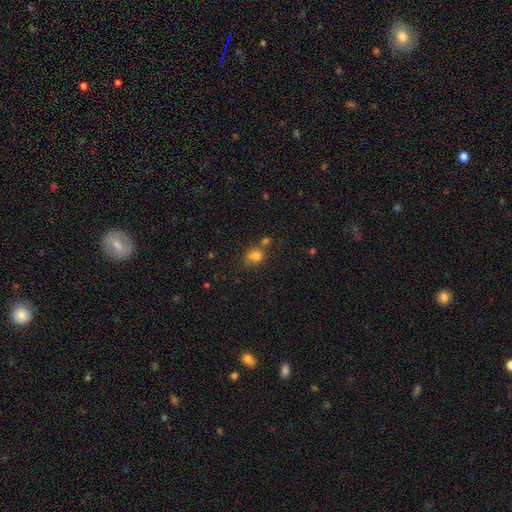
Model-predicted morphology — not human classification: smooth-or-featured: smooth: 75% | star or artifact: 15% | featured or disk: 10%
  how-rounded: round: 68% | in between: 30% | cigar-shaped: 1%
  merging: none: 47% | merger: 28% | minor disturbance: 17% | major disturbance: 7%